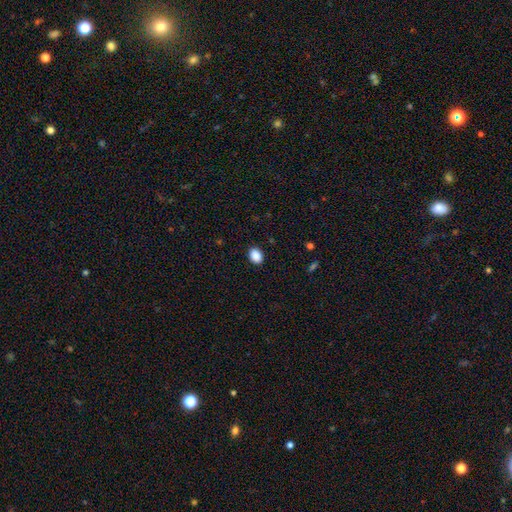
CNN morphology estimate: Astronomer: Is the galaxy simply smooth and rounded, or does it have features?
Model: smooth — 90%.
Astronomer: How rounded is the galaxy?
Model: in between — 69%.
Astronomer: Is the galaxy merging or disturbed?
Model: none — 89%.